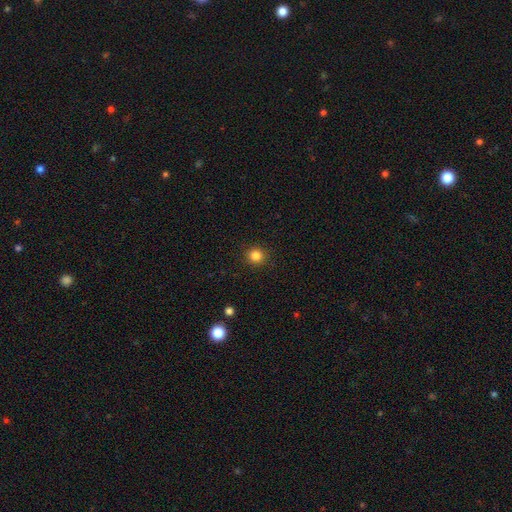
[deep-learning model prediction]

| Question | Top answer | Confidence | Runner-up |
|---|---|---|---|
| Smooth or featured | smooth | 84% | star or artifact (12%) |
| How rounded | round | 93% | in between (6%) |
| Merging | none | 92% | minor disturbance (5%) |